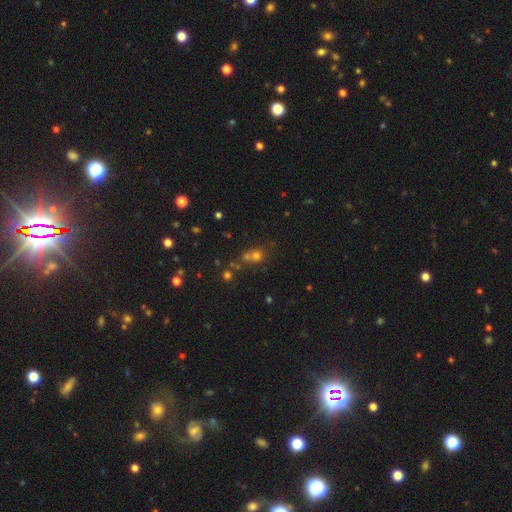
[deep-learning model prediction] smooth-or-featured: smooth: 58% | star or artifact: 29% | featured or disk: 13%
  how-rounded: round: 82% | in between: 17% | cigar-shaped: 1%
  merging: none: 48% | merger: 38% | minor disturbance: 9% | major disturbance: 5%